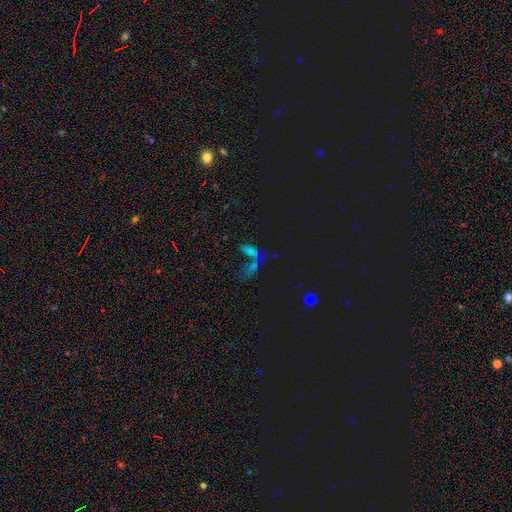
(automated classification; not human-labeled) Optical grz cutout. It shows a star or artifact, not a galaxy (43%).